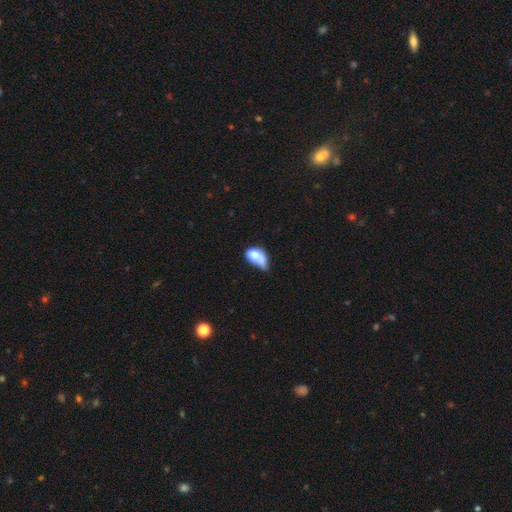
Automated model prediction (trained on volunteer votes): Smooth or featured: smooth — 72% (featured or disk — 20%)
How rounded: in between — 85% (round — 12%)
Merging: minor disturbance — 33% (merger — 25%)